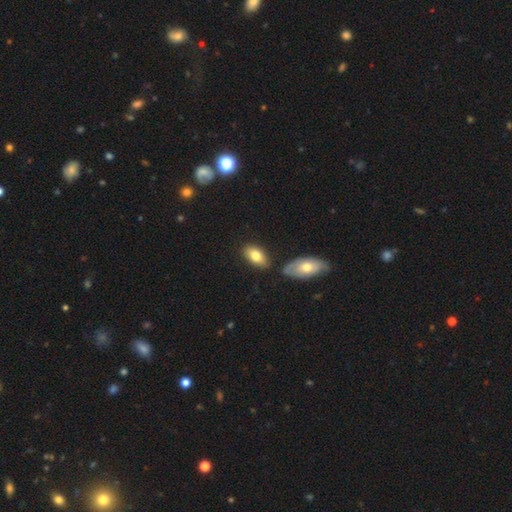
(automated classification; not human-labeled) Smooth or featured: smooth — 77% (featured or disk — 16%)
How rounded: in between — 91% (cigar-shaped — 5%)
Merging: none — 72% (minor disturbance — 14%)